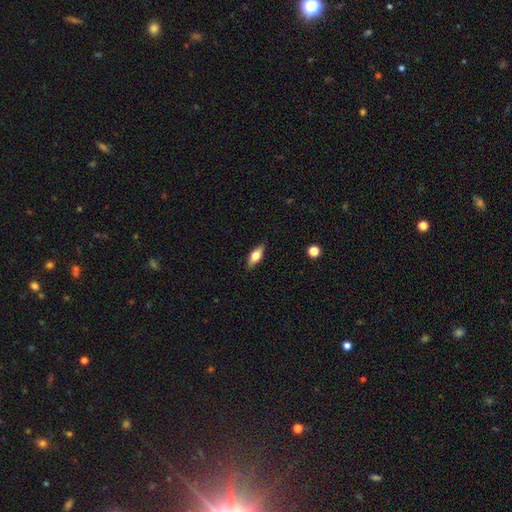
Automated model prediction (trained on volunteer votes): Q: Smooth or featured?
A: smooth (67%); runner-up: featured or disk (26%)
Q: How rounded?
A: in between (76%); runner-up: cigar-shaped (20%)
Q: Merging?
A: none (86%); runner-up: minor disturbance (10%)